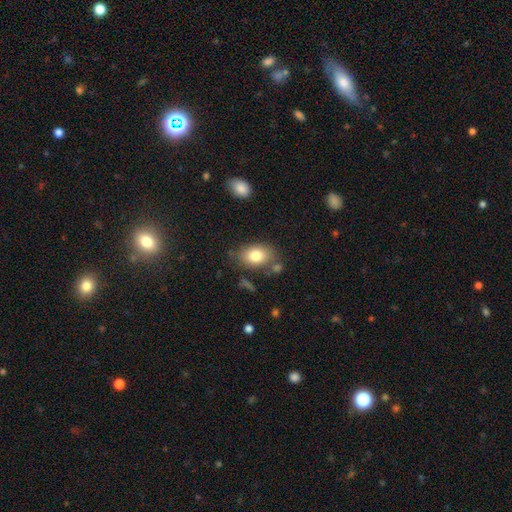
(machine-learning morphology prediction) Overall: smooth (80%). How rounded: in between (80%). Merging: none (72%).